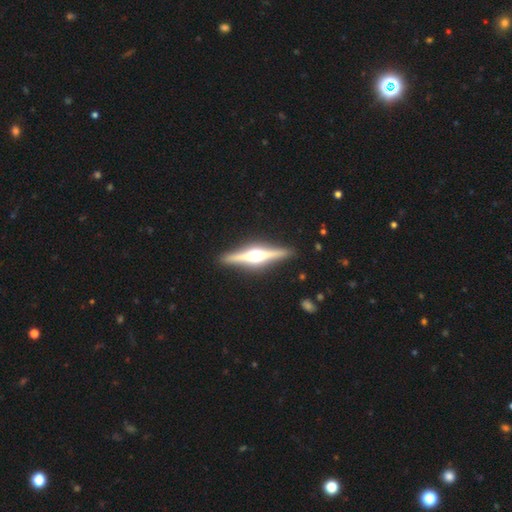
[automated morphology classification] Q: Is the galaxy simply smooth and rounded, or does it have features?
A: featured or disk — 82%.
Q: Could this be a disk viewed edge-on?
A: yes — 98%.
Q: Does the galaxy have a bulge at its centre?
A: rounded — 95%.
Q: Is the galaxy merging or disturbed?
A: none — 91%.